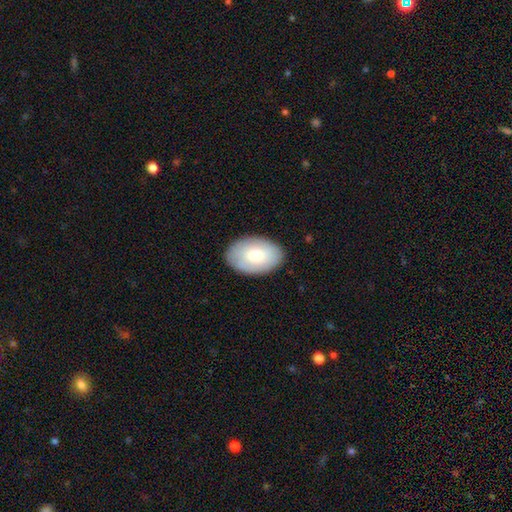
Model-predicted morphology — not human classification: Overall: smooth (73%). How rounded: in between (91%). Merging: none (86%).